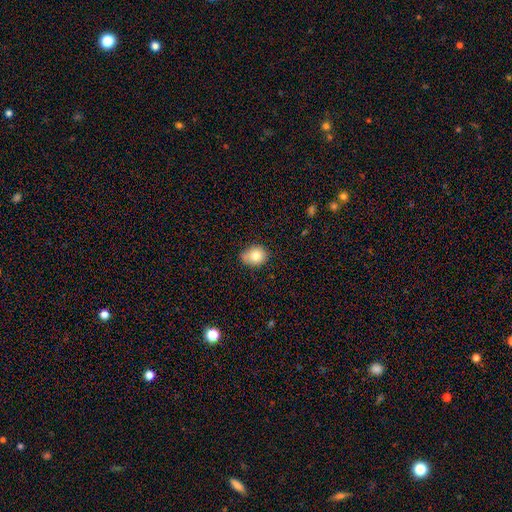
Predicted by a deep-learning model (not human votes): smooth 81%, star or artifact 10%, featured or disk 10%. Down the decision tree: how rounded — round (56%); merging — none (64%).